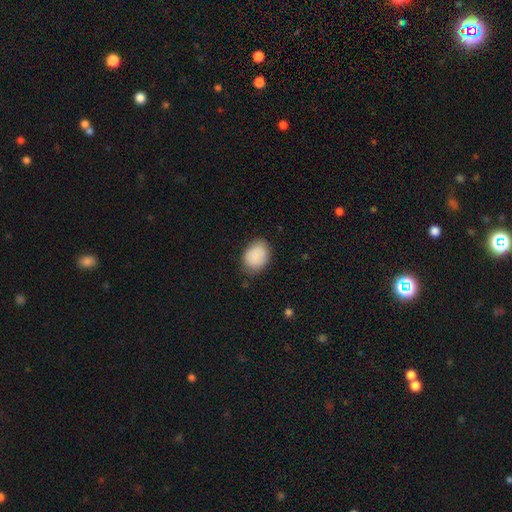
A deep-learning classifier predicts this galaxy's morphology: A smooth galaxy with no disk features (81%) that is in between round and cigar-shaped (58%).

Vote fractions:
- Smooth or featured? smooth: 81% / featured or disk: 12% / star or artifact: 7%
- How rounded? in between: 58% / round: 41% / cigar-shaped: 1%
- Merging? none: 75% / minor disturbance: 19% / major disturbance: 4% / merger: 1%